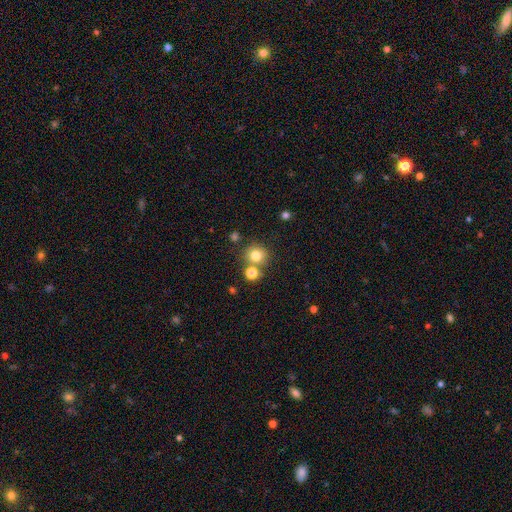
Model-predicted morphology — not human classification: Overall: smooth (78%). How rounded: round (90%). Merging: none (71%).